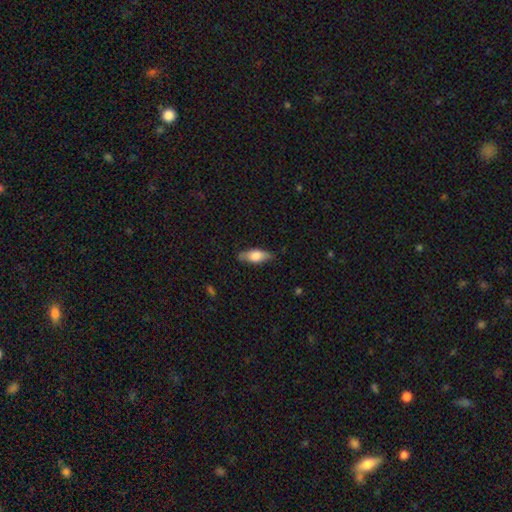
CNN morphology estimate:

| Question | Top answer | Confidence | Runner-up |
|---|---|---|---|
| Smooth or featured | smooth | 66% | featured or disk (28%) |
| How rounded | in between | 73% | cigar-shaped (24%) |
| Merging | none | 78% | minor disturbance (17%) |